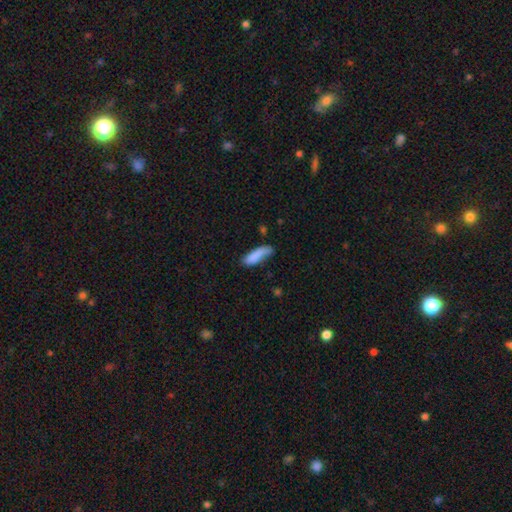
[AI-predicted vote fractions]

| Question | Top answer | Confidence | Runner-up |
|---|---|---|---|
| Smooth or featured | smooth | 83% | featured or disk (10%) |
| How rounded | cigar-shaped | 51% | in between (47%) |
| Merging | none | 54% | minor disturbance (31%) |